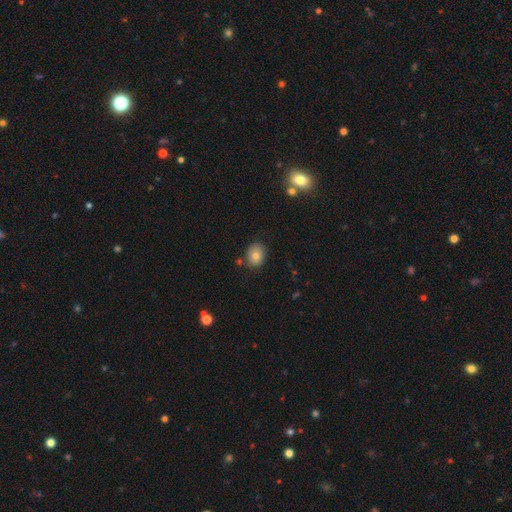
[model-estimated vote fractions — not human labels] smooth 79%, featured or disk 11%, star or artifact 10%. Down the decision tree: how rounded — in between (58%); merging — none (81%).